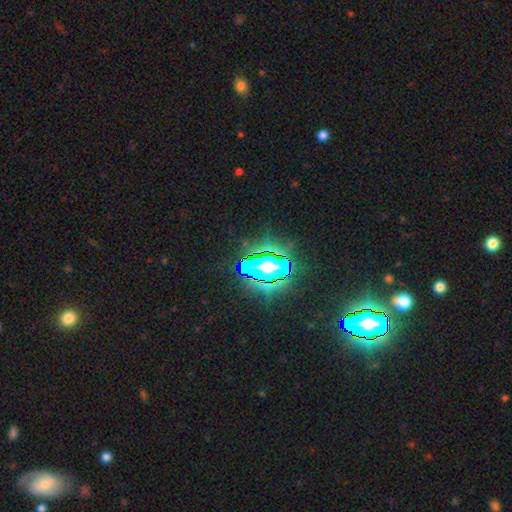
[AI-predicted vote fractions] This appears to be a star or artifact, not a galaxy (80%).